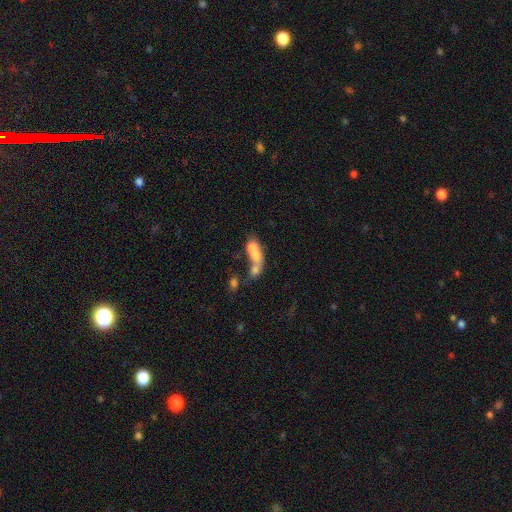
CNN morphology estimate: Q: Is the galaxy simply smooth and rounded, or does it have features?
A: smooth — 56%.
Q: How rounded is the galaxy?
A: in between — 60%.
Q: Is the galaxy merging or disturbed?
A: merger — 68%.